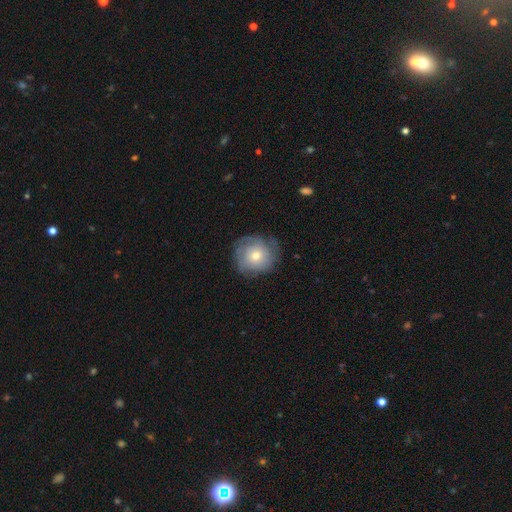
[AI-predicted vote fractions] smooth_or_featured: smooth (p=0.57) [alt: featured or disk p=0.34]
how_rounded: round (p=0.90) [alt: in between p=0.09]
merging: none (p=0.70) [alt: minor disturbance p=0.20]